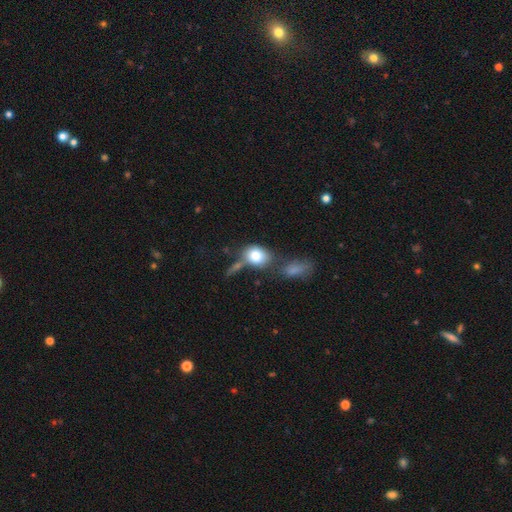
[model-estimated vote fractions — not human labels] Smooth or featured: smooth — 79% (featured or disk — 13%)
How rounded: in between — 55% (round — 43%)
Merging: none — 41% (merger — 30%)